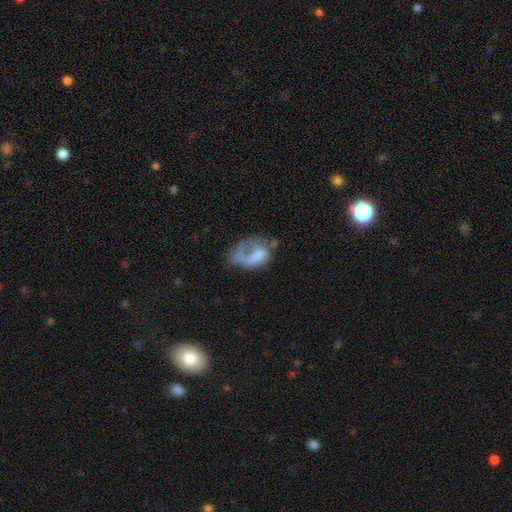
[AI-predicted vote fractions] This is possibly a featured or disk galaxy (48%). Merging: possibly major disturbance (48%).